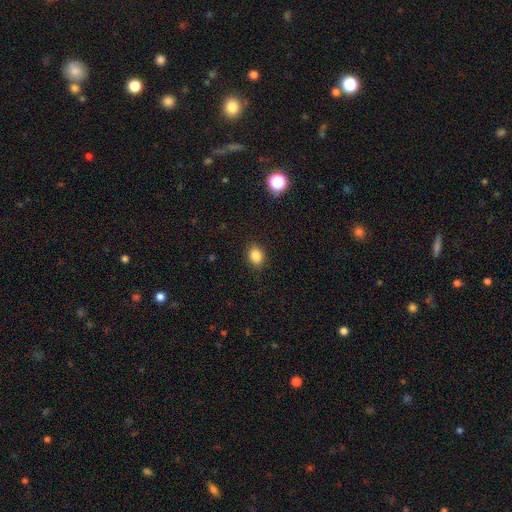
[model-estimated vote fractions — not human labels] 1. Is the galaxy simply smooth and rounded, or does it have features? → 85% smooth, 11% star or artifact, 4% featured or disk.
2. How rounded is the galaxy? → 58% in between, 41% round, 1% cigar-shaped.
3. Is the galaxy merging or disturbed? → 88% none, 9% minor disturbance, 2% major disturbance, 1% merger.